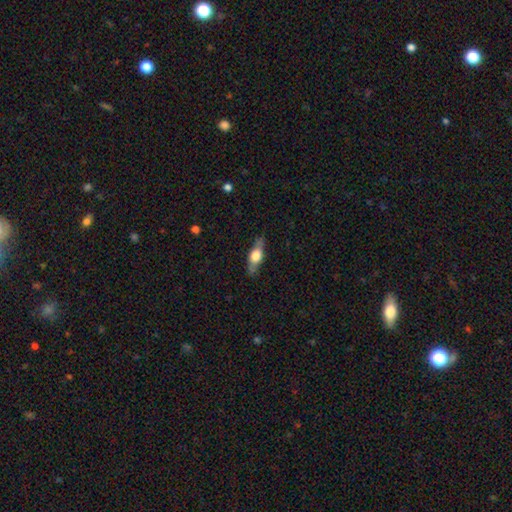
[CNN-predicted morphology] type=featured or disk (49%); merging=none (80%).